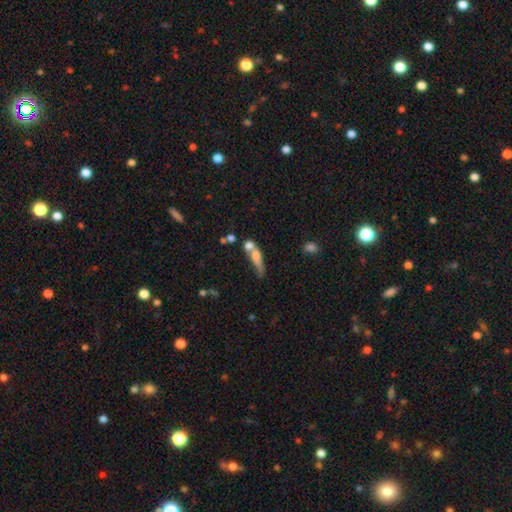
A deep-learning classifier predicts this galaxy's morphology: type=smooth (57%); roundness=cigar-shaped (58%); merging=merger (41%).